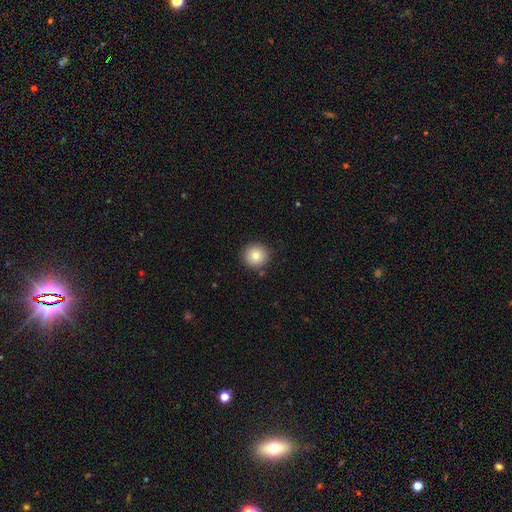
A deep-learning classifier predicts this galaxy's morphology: Smooth or featured: smooth — 82% (star or artifact — 10%)
How rounded: round — 93% (in between — 6%)
Merging: none — 88% (minor disturbance — 8%)